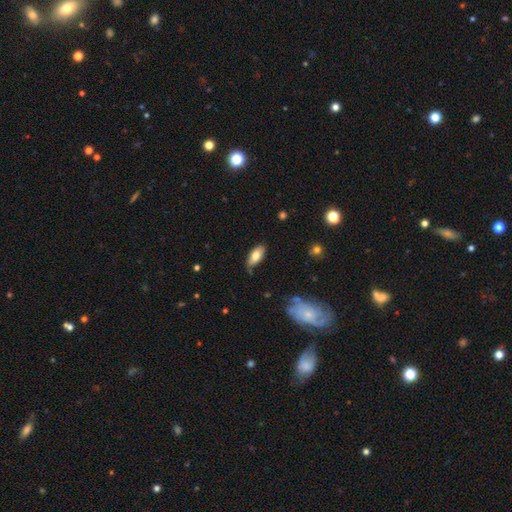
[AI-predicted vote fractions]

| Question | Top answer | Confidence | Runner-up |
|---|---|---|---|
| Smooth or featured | smooth | 76% | featured or disk (17%) |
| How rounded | in between | 86% | cigar-shaped (11%) |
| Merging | none | 69% | minor disturbance (25%) |